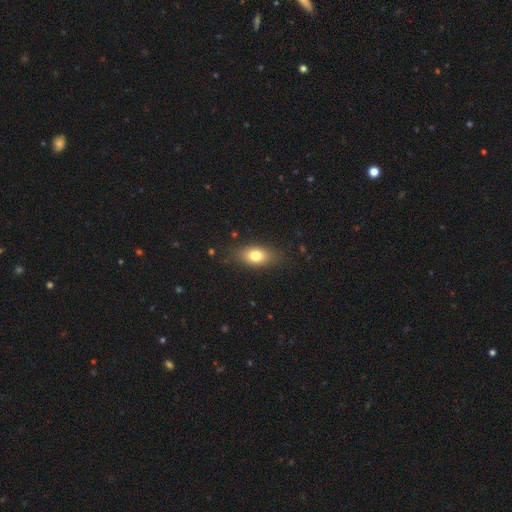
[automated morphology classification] Smooth or featured?
  - smooth: 78% *
  - featured or disk: 13%
  - star or artifact: 9%
How rounded?
  - in between: 81% *
  - round: 14%
  - cigar-shaped: 5%
Merging?
  - none: 82% *
  - minor disturbance: 13%
  - major disturbance: 4%
  - merger: 1%